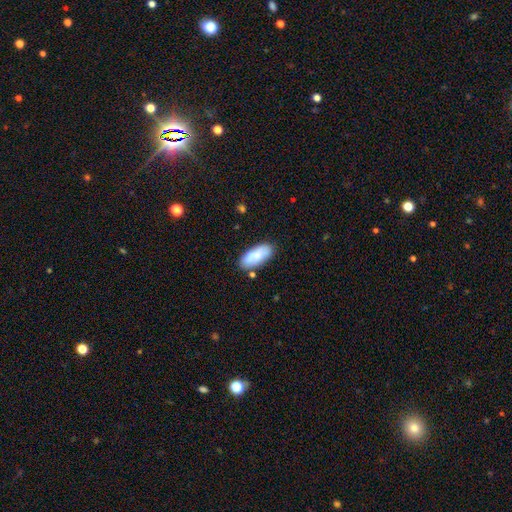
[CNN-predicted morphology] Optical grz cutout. It shows a smooth galaxy with no disk features (83%) that is in between round and cigar-shaped (85%). Merging: none (78%).